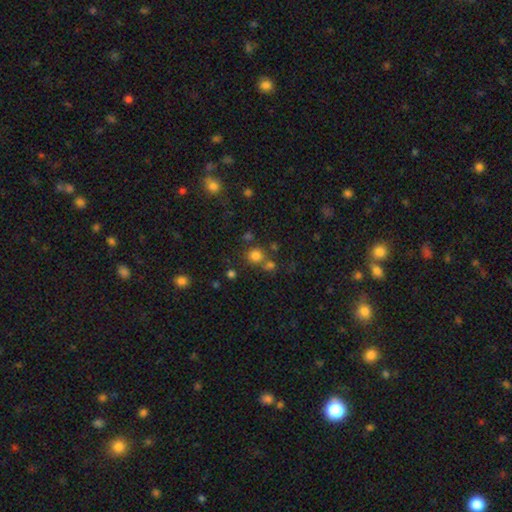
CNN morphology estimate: type=smooth (76%); roundness=round (89%); merging=none (65%).